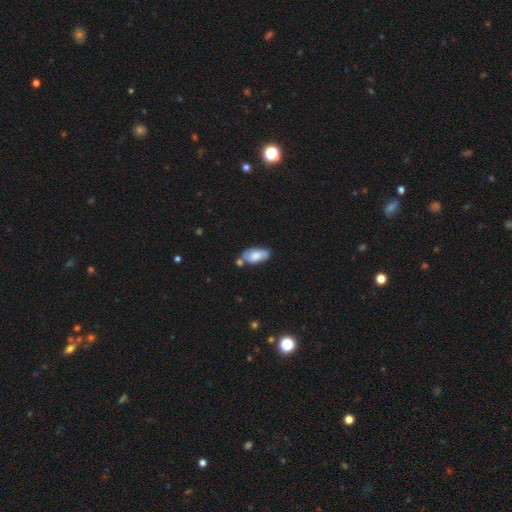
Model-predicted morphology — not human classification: type=smooth (59%); roundness=in between (91%); merging=none (52%).